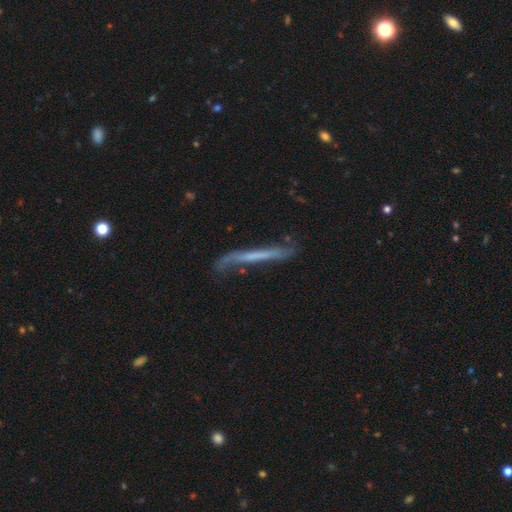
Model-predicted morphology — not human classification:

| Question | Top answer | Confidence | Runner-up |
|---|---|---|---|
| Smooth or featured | featured or disk | 57% | smooth (36%) |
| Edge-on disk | yes | 76% | no (24%) |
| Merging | none | 52% | minor disturbance (28%) |